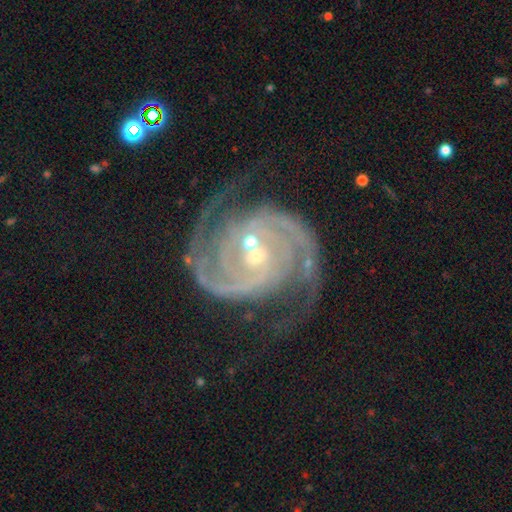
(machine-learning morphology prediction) This appears to be a featured or disk galaxy (93%) with no bar (51%), 2 (80%) tight (56%) spiral arms (99%) and a small central bulge (65%). Merging: none (71%).